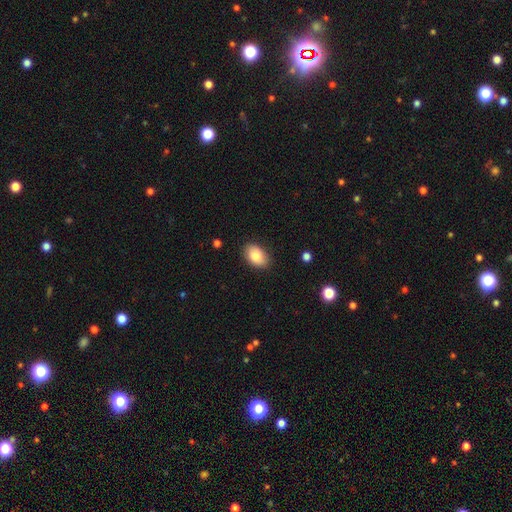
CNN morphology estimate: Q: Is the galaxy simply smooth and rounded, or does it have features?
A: smooth — 85%.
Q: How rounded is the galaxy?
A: in between — 88%.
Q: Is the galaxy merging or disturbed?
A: none — 85%.